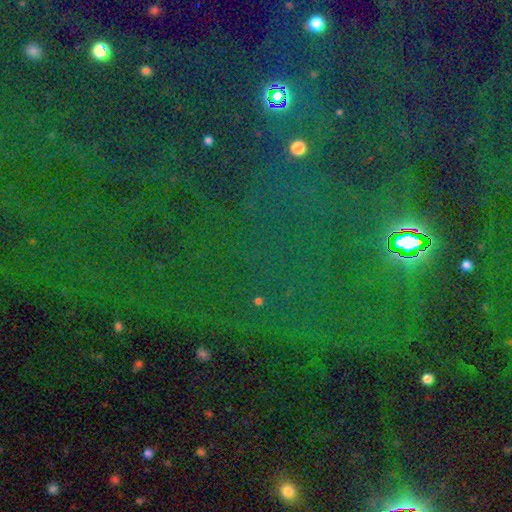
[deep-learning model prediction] A star or artifact, not a galaxy (82%).

Vote fractions:
- Smooth or featured? star or artifact: 82% / smooth: 11% / featured or disk: 7%